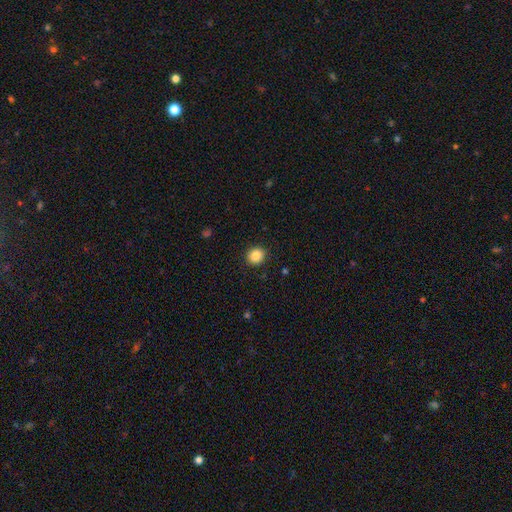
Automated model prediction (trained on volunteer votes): Morphology: type=smooth (88%); roundness=round (81%); merging=none (90%).